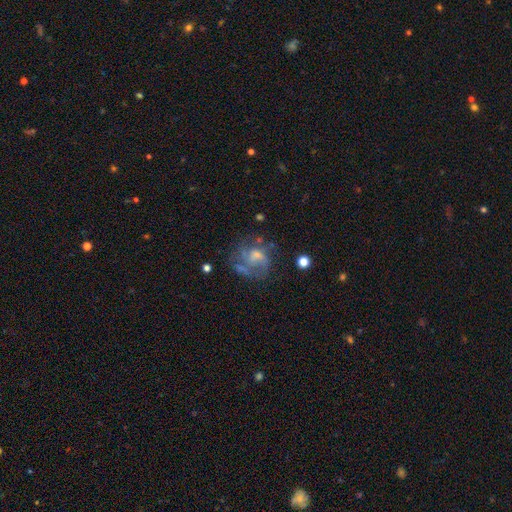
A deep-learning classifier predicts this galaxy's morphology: This is likely a featured or disk galaxy (60%). It is clearly not viewed edge-on (98%). Bar: likely no (69%). Spiral arm pattern: possibly yes (60%). Central bulge: marginally small (40%). Merging: possibly none (48%).